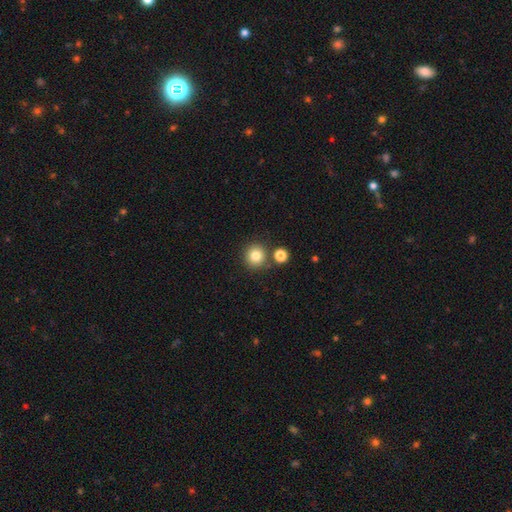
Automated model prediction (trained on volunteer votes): A smooth galaxy with no disk features (81%) that is round (93%).

Vote fractions:
- Smooth or featured? smooth: 81% / star or artifact: 12% / featured or disk: 7%
- How rounded? round: 93% / in between: 6% / cigar-shaped: 1%
- Merging? none: 79% / merger: 11% / minor disturbance: 7% / major disturbance: 2%